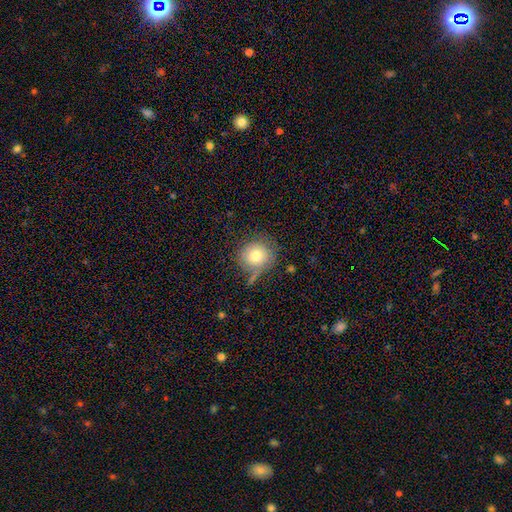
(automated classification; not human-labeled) A smooth galaxy with no disk features (77%) that is round (90%). Merging: none (67%).